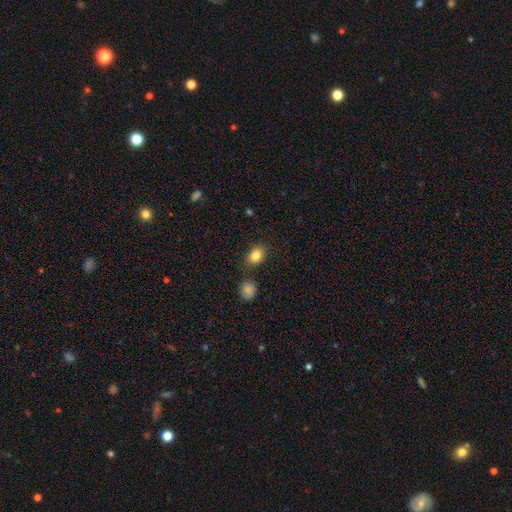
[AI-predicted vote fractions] Smooth or featured: smooth — 84% (star or artifact — 9%)
How rounded: in between — 67% (round — 32%)
Merging: none — 80% (minor disturbance — 11%)